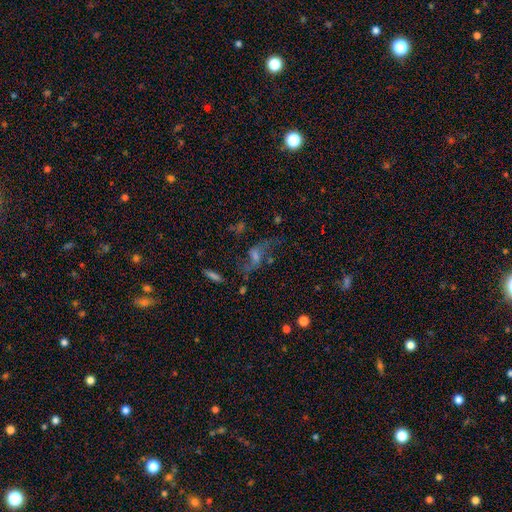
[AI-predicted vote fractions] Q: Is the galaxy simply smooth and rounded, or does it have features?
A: featured or disk — 53%.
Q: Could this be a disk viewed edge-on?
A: no — 88%.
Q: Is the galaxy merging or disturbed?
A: none — 51%.